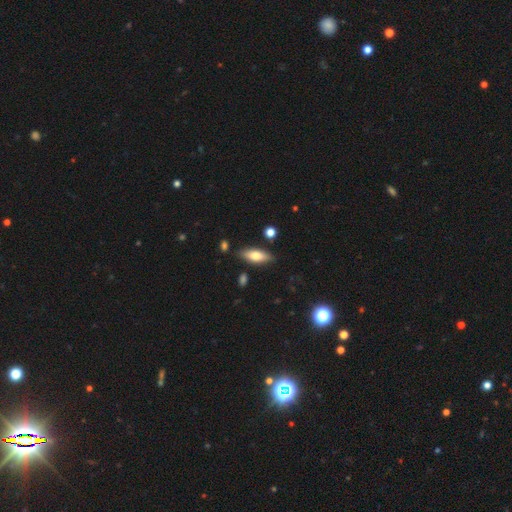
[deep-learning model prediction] Morphology: type=smooth (69%); roundness=in between (64%); merging=none (83%).